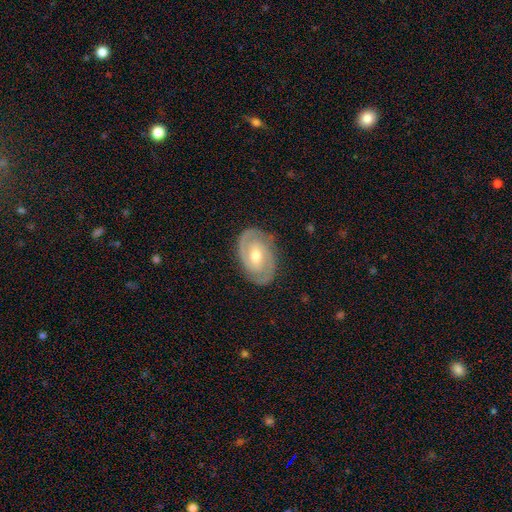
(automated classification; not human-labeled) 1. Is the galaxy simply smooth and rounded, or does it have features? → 85% featured or disk, 11% smooth, 5% star or artifact.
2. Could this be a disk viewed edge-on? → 96% no, 4% yes.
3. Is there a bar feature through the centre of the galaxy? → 46% no, 42% weak, 12% strong.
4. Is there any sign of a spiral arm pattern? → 94% yes, 6% no.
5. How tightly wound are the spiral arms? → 57% tight, 36% medium, 7% loose.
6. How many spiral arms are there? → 86% 2, 6% can't tell, 4% 3, 2% 1, 1% 4, 1% more than 4.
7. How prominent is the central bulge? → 70% moderate, 24% small, 4% large, 1% none, 1% dominant.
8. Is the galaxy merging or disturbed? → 84% none, 12% minor disturbance, 3% major disturbance, 1% merger.